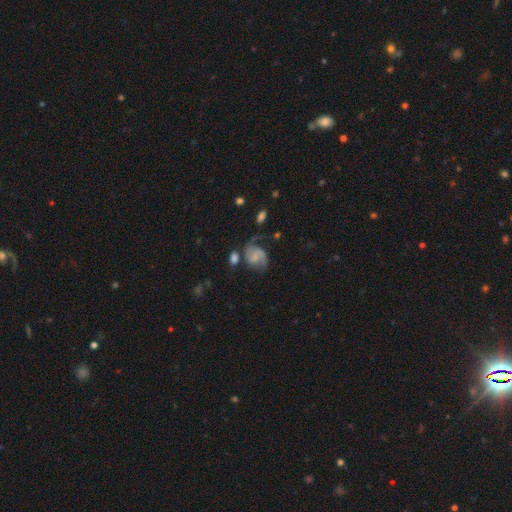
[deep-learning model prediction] smooth-or-featured: featured or disk: 68% | smooth: 23% | star or artifact: 9%
  disk-edge-on: no: 98% | yes: 2%
    bar: no: 47% | weak: 40% | strong: 14%
    has-spiral-arms: yes: 91% | no: 9%
      spiral-winding: medium: 46% | loose: 33% | tight: 20%
      spiral-arm-count: 2: 83% | 1: 7% | can't tell: 6% | 3: 2% | 4: 1% | more than 4: 1%
    bulge-size: none: 58% | small: 25% | moderate: 12% | large: 4% | dominant: 2%
  merging: none: 49% | minor disturbance: 22% | major disturbance: 18% | merger: 10%